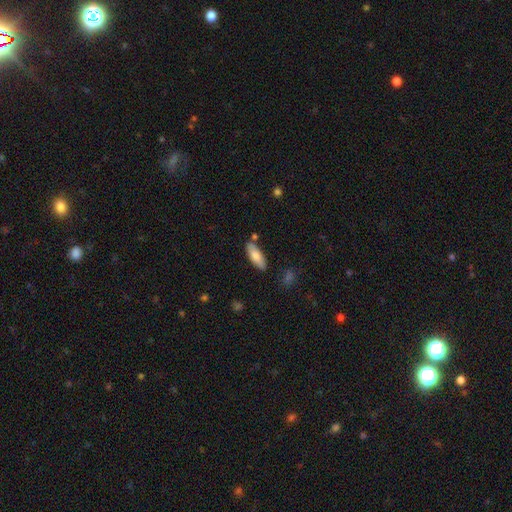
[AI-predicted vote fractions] Smooth or featured? smooth (77%)
How rounded? in between (68%)
Merging? none (80%)